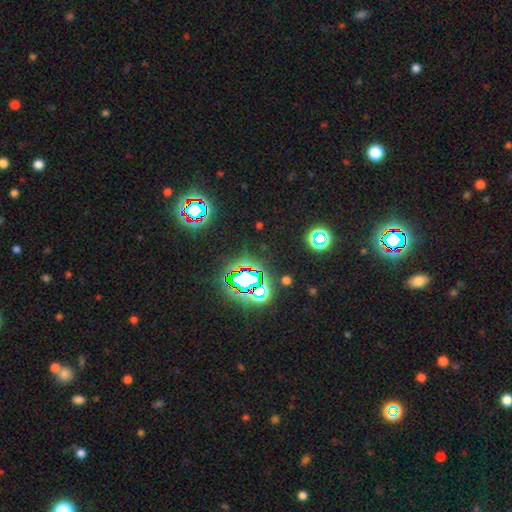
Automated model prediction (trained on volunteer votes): Smooth or featured?
  - star or artifact: 80% *
  - smooth: 13%
  - featured or disk: 7%